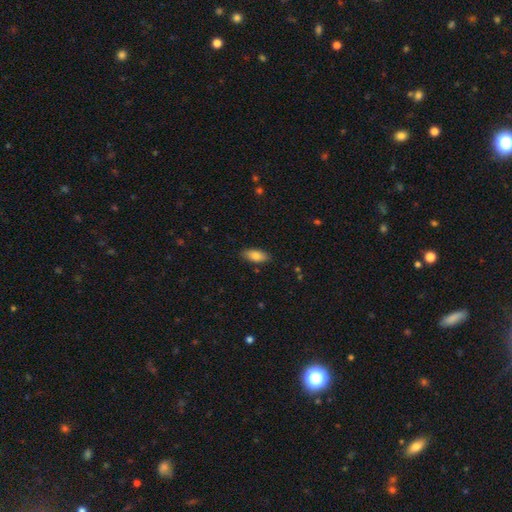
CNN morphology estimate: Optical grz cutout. It shows a smooth galaxy with no disk features (81%) that is in between round and cigar-shaped (87%). Merging: none (86%).